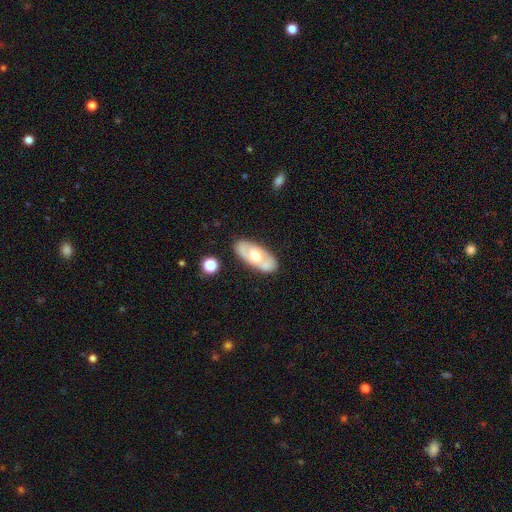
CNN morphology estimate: A featured or disk galaxy (52%).

Vote fractions:
- Smooth or featured? featured or disk: 52% / smooth: 43% / star or artifact: 5%
- Edge-on disk? no: 83% / yes: 17%
- Merging? none: 80% / minor disturbance: 13% / merger: 4% / major disturbance: 3%